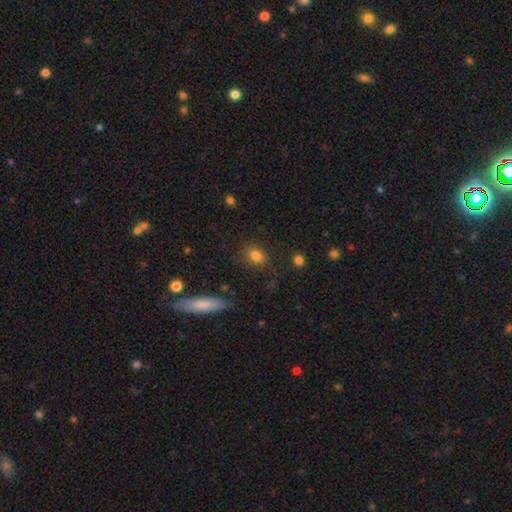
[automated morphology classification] Smooth or featured?
  - smooth: 81% *
  - star or artifact: 12%
  - featured or disk: 7%
How rounded?
  - in between: 54% *
  - round: 43%
  - cigar-shaped: 2%
Merging?
  - none: 79% *
  - minor disturbance: 13%
  - major disturbance: 5%
  - merger: 3%